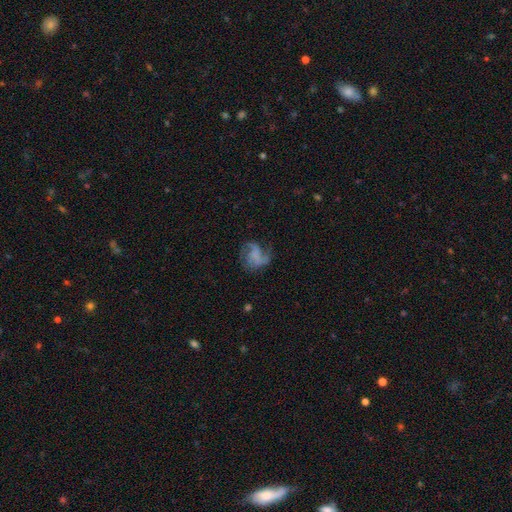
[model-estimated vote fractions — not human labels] smooth_or_featured: featured or disk (p=0.58) [alt: smooth p=0.31]
disk_edge_on: no (p=0.98) [alt: yes p=0.02]
bar: no (p=0.68) [alt: weak p=0.24]
has_spiral_arms: yes (p=0.74) [alt: no p=0.26]
bulge_size: none (p=0.71) [alt: small p=0.12]
merging: none (p=0.46) [alt: major disturbance p=0.31]